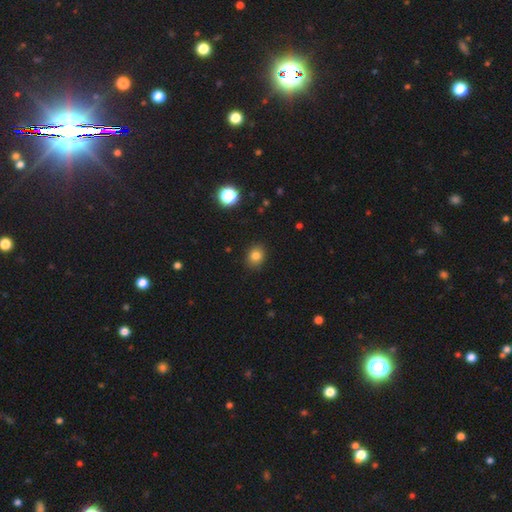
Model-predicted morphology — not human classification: A smooth galaxy with no disk features (82%) that is round (62%). Merging: none (88%).